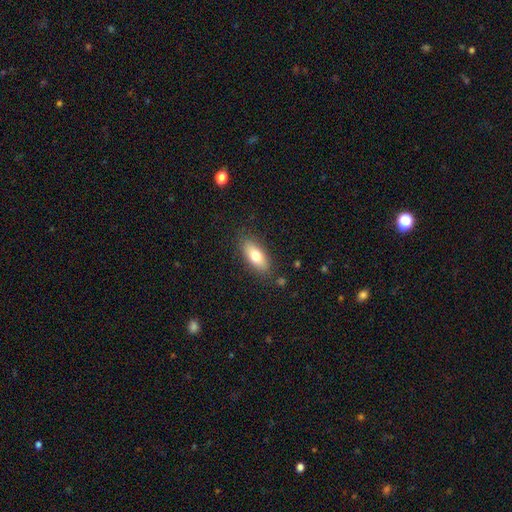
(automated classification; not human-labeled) Smooth or featured? Predicted: smooth (p=0.74). How rounded? Predicted: in between (p=0.78). Merging? Predicted: none (p=0.84).